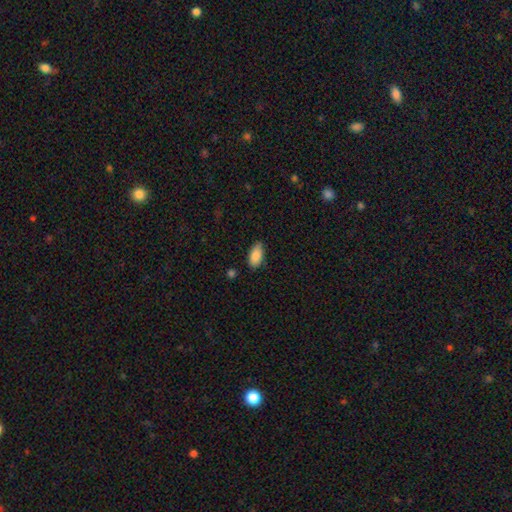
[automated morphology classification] A smooth galaxy with no disk features (87%) that is in between round and cigar-shaped (91%).

Vote fractions:
- Smooth or featured? smooth: 87% / star or artifact: 7% / featured or disk: 6%
- How rounded? in between: 91% / cigar-shaped: 6% / round: 3%
- Merging? none: 77% / minor disturbance: 18% / major disturbance: 3% / merger: 2%